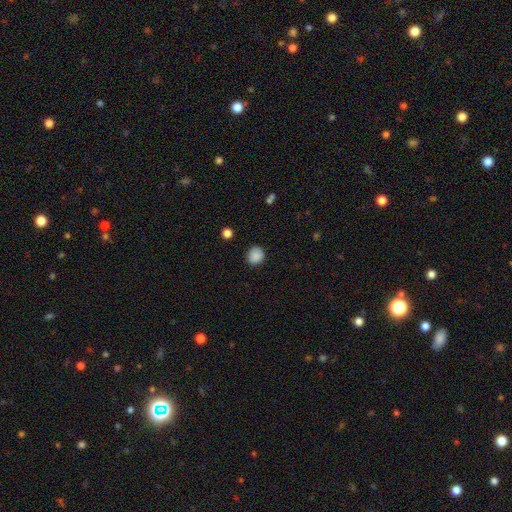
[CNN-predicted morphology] smooth_or_featured: smooth (p=0.87) [alt: star or artifact p=0.09]
how_rounded: round (p=0.81) [alt: in between p=0.18]
merging: none (p=0.87) [alt: minor disturbance p=0.09]